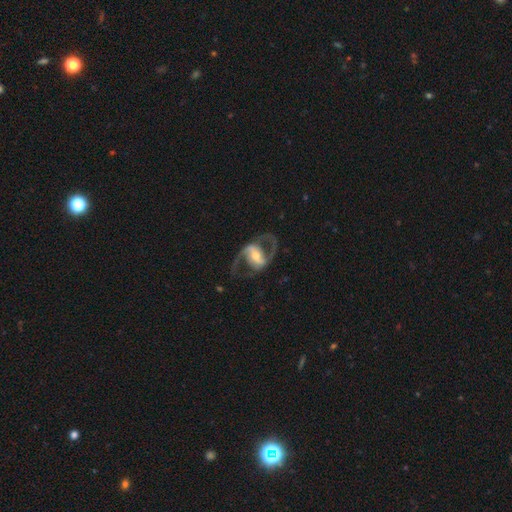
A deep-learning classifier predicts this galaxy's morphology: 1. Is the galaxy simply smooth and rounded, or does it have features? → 90% featured or disk, 6% smooth, 5% star or artifact.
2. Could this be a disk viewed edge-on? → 97% no, 3% yes.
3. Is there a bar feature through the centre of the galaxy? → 49% strong, 33% weak, 18% no.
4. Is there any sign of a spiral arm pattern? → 95% yes, 5% no.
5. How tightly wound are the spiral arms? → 51% medium, 38% loose, 11% tight.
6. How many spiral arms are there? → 93% 2, 2% can't tell, 2% 1, 1% 3, 1% 4, 1% more than 4.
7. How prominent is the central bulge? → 58% moderate, 34% small, 6% large, 1% none, 1% dominant.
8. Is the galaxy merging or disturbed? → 75% none, 12% minor disturbance, 12% major disturbance, 2% merger.